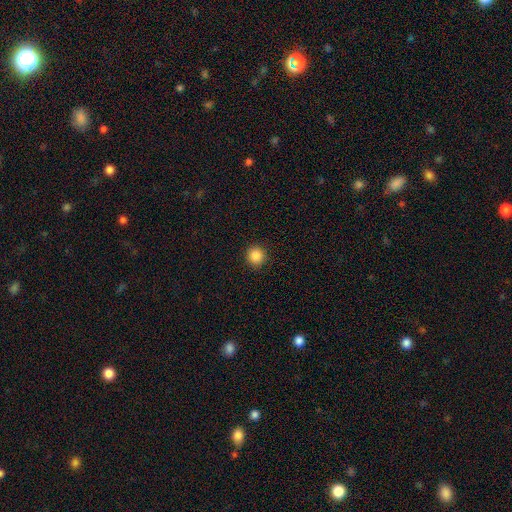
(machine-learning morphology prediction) smooth_or_featured: smooth (p=0.86) [alt: star or artifact p=0.11]
how_rounded: round (p=0.92) [alt: in between p=0.07]
merging: none (p=0.92) [alt: minor disturbance p=0.05]